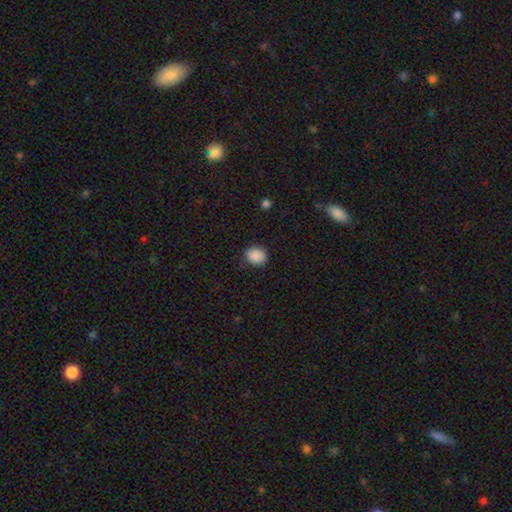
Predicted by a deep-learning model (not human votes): Smooth or featured: smooth — 89% (star or artifact — 9%)
How rounded: round — 59% (in between — 40%)
Merging: none — 84% (minor disturbance — 12%)